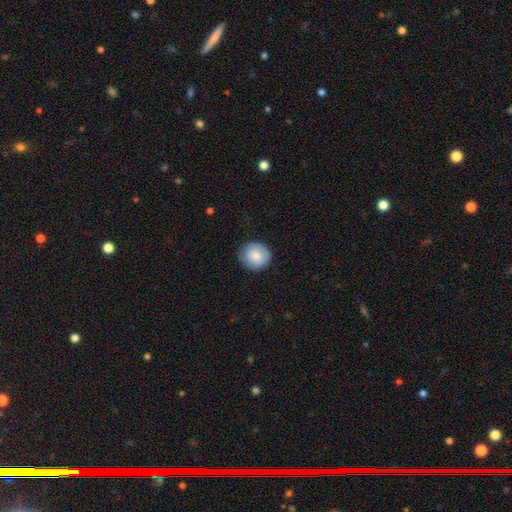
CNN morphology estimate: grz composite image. It shows a smooth galaxy with no disk features (80%) that is round (82%). Merging: none (81%).